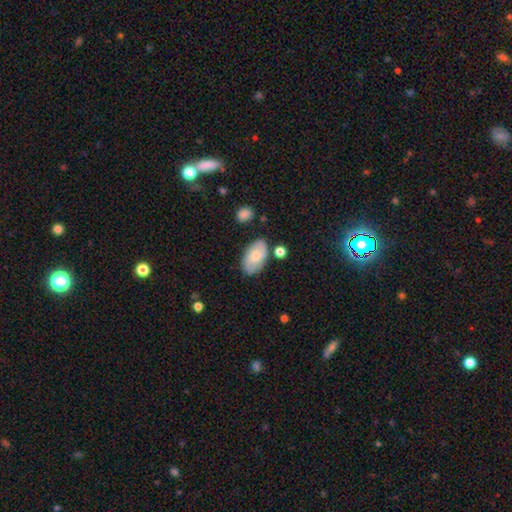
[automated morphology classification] A smooth galaxy with no disk features (66%) that is in between round and cigar-shaped (93%). Merging: none (76%).